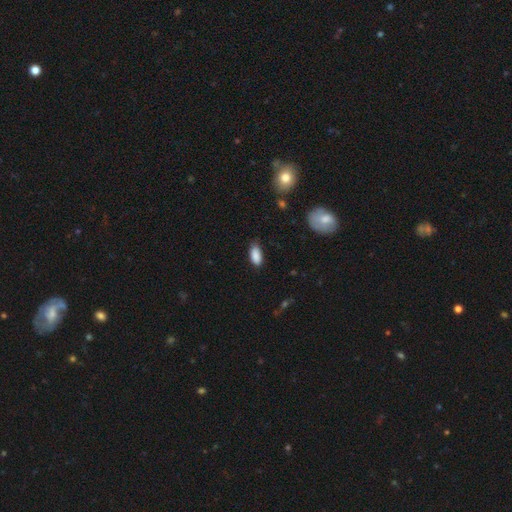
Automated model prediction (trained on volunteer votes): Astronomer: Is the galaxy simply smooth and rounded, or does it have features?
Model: smooth — 88%.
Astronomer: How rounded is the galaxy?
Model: in between — 89%.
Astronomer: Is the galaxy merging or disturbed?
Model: none — 75%.